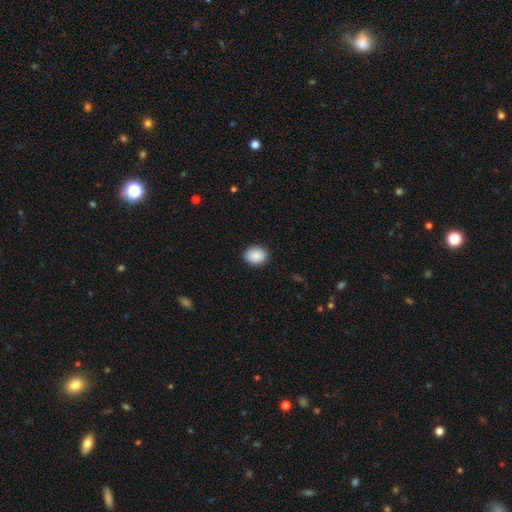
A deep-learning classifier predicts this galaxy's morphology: This is clearly a smooth galaxy (90%). How rounded: possibly round (55%). Merging: clearly none (90%).